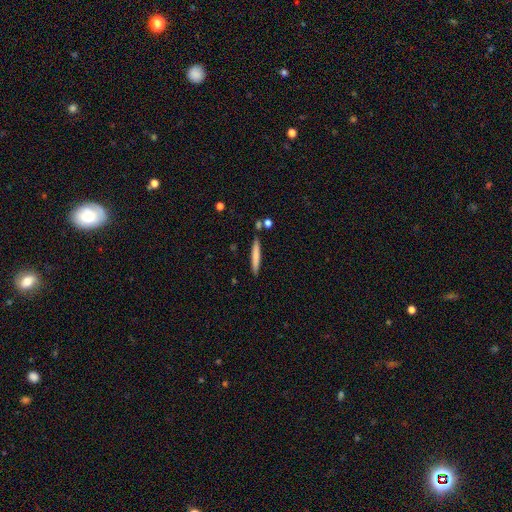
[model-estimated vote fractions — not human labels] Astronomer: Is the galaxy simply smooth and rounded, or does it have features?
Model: smooth — 73%.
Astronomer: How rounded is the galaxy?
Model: cigar-shaped — 95%.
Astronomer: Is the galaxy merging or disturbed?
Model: none — 86%.